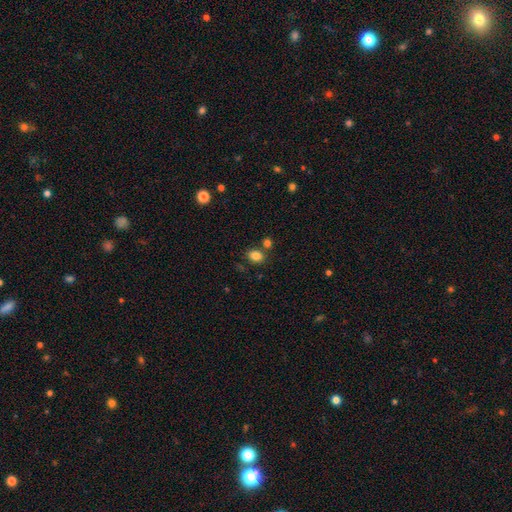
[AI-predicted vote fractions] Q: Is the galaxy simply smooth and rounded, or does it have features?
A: smooth — 84%.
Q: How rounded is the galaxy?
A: in between — 67%.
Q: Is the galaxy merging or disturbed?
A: none — 71%.